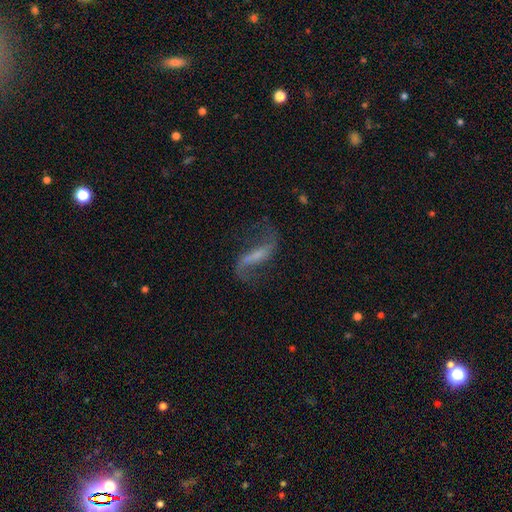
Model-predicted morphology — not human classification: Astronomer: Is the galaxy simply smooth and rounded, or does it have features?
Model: featured or disk — 84%.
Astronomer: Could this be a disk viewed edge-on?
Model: no — 91%.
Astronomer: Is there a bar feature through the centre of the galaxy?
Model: strong — 51% (runner-up: weak, 33%).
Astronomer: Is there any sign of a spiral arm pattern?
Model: yes — 94%.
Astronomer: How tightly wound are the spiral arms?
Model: loose — 86%.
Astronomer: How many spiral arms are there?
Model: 2 — 92%.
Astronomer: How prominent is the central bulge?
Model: none — 40% (runner-up: small, 38%).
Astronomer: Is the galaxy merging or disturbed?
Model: none — 70%.